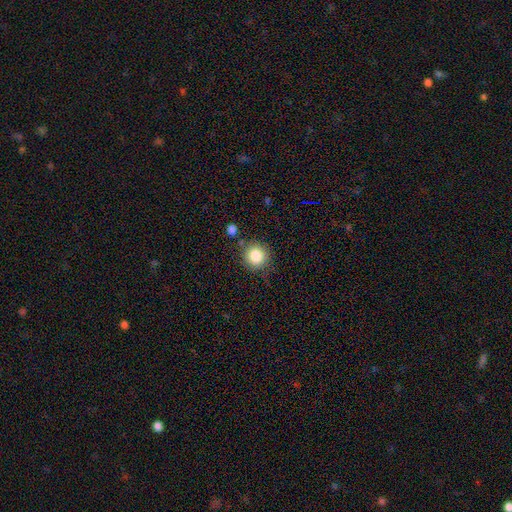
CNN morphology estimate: Overall: smooth (84%). How rounded: round (91%). Merging: none (79%).